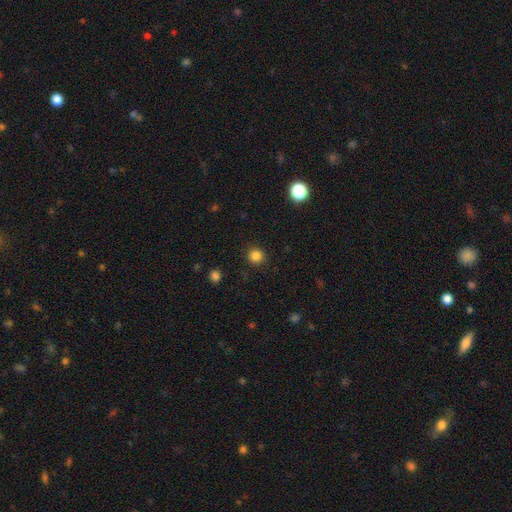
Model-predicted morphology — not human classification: This appears to be a smooth galaxy with no disk features (83%) that is round (95%). Merging: none (92%).